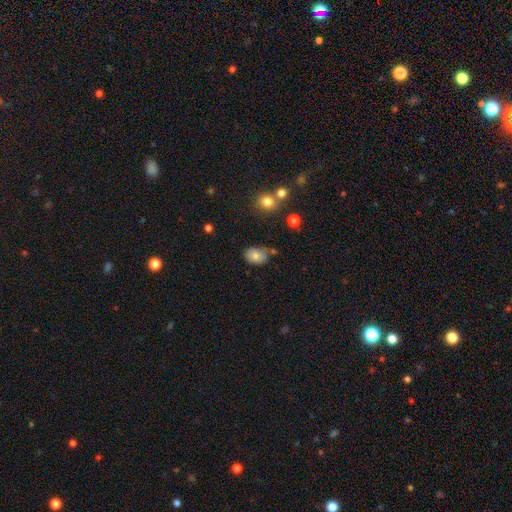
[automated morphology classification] This appears to be a smooth galaxy with no disk features (80%) that is in between round and cigar-shaped (77%). Merging: none (63%).